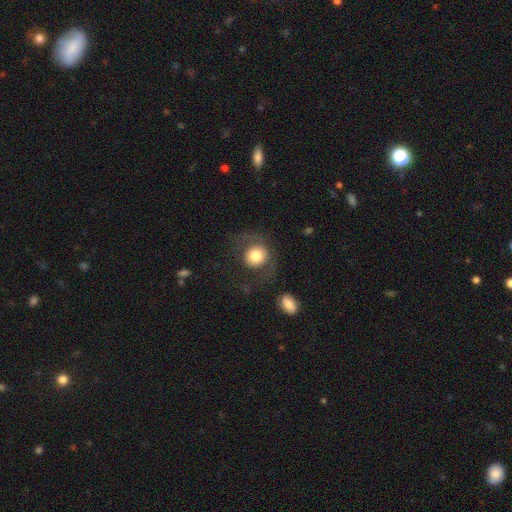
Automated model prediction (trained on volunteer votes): Smooth or featured? smooth (70%)
How rounded? round (85%)
Merging? none (58%)